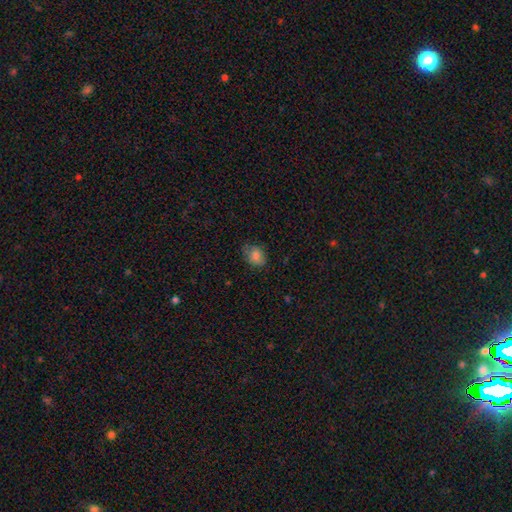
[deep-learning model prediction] Morphology: type=smooth (82%); roundness=in between (64%); merging=none (68%).